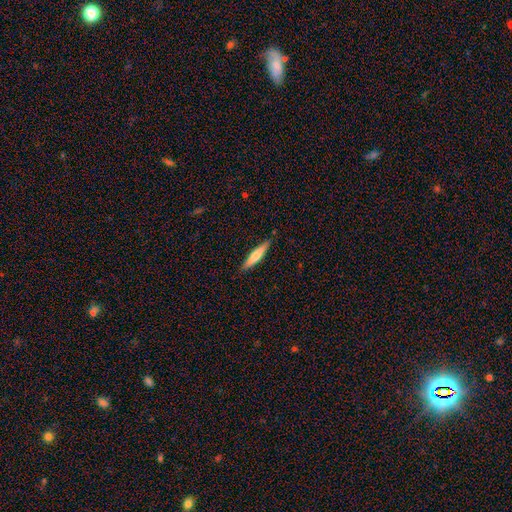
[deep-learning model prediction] Overall: smooth (67%; featured or disk 28%). How rounded: cigar-shaped (89%). Merging: none (88%).